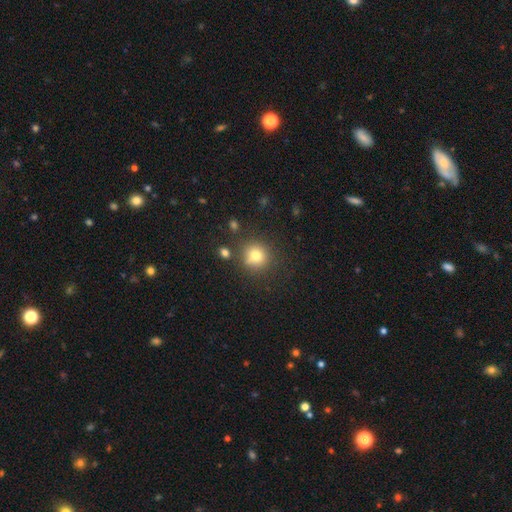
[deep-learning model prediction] smooth_or_featured: smooth (p=0.76) [alt: star or artifact p=0.14]
how_rounded: round (p=0.89) [alt: in between p=0.10]
merging: none (p=0.77) [alt: minor disturbance p=0.12]